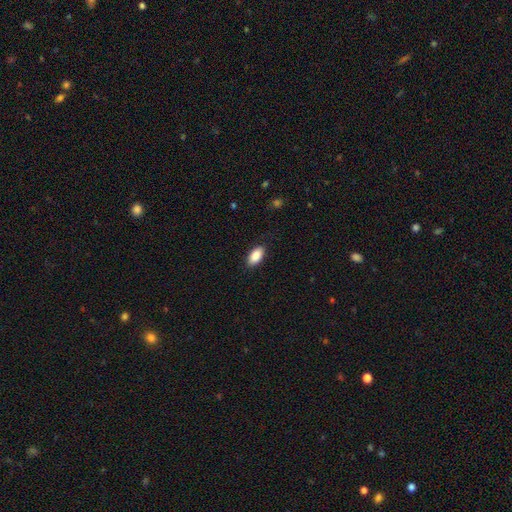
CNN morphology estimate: This appears to be a smooth galaxy with no disk features (89%) that is in between round and cigar-shaped (93%). Merging: none (85%).